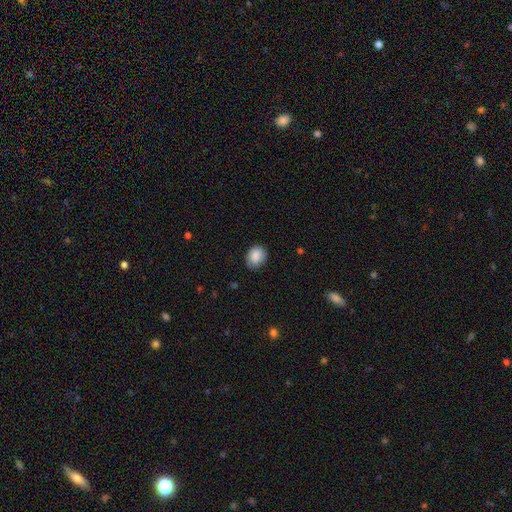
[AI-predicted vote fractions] Smooth or featured: smooth — 88% (star or artifact — 7%)
How rounded: round — 51% (in between — 48%)
Merging: none — 81% (minor disturbance — 15%)